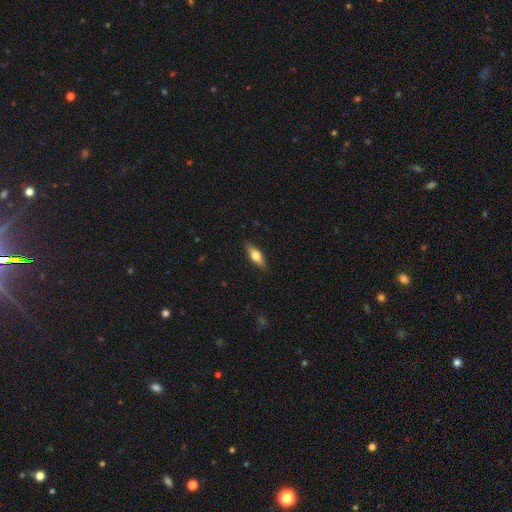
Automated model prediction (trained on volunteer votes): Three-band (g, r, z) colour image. It shows a smooth galaxy with no disk features (51%) that is in between round and cigar-shaped (56%). Merging: none (87%).